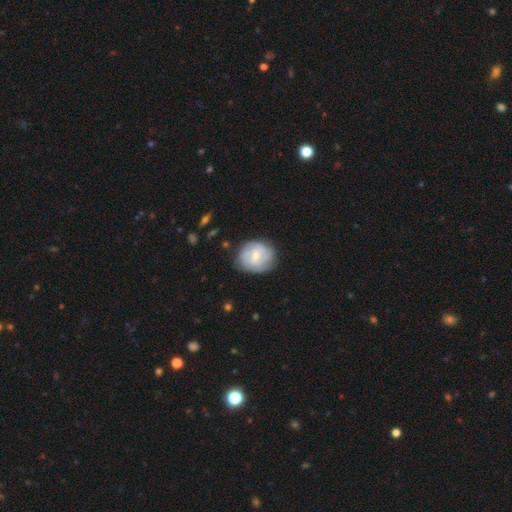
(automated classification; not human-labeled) Smooth or featured? smooth (50%)
How rounded? round (74%)
Merging? none (73%)